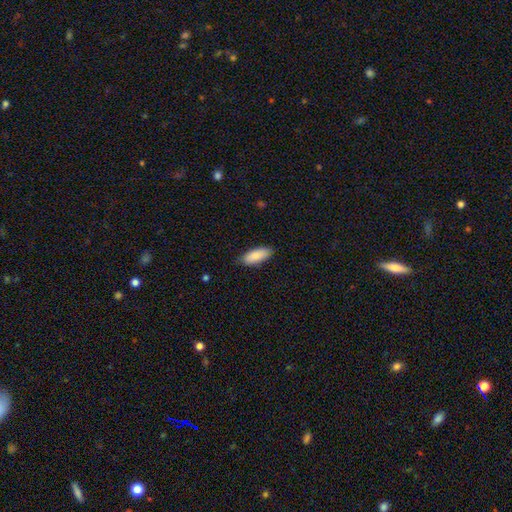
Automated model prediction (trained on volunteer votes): smooth 88%, featured or disk 6%, star or artifact 6%. Down the decision tree: how rounded — in between (81%); merging — none (85%).